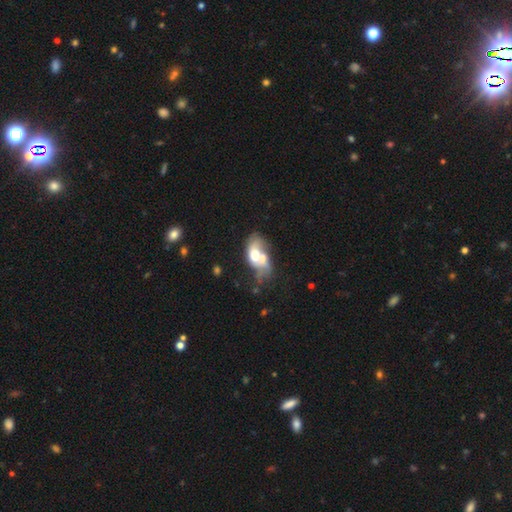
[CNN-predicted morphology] Smooth or featured?
  - smooth: 46% * (tied)
  - featured or disk: 46% * (tied)
  - star or artifact: 9%
Merging?
  - merger: 53% *
  - major disturbance: 19%
  - none: 16%
  - minor disturbance: 12%